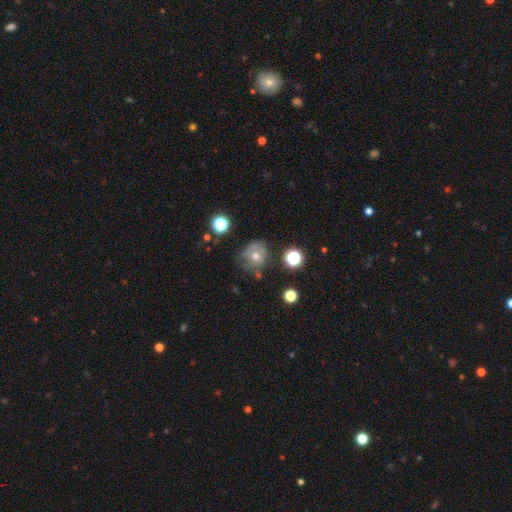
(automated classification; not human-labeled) smooth 54%, featured or disk 27%, star or artifact 19%. Down the decision tree: how rounded — round (81%); merging — none (63%).